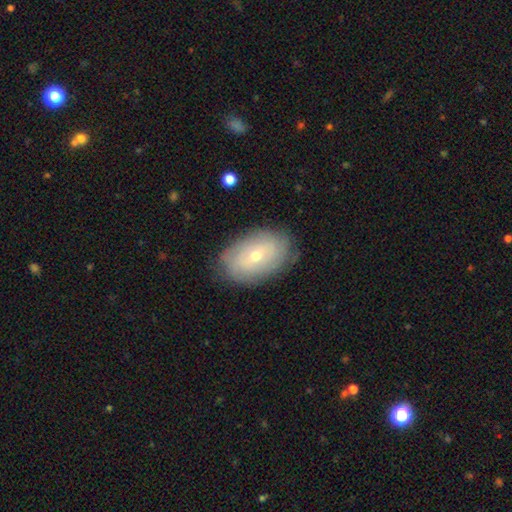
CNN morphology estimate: smooth-or-featured: featured or disk: 53% | smooth: 39% | star or artifact: 8%
  disk-edge-on: no: 92% | yes: 8%
  merging: none: 80% | minor disturbance: 15% | major disturbance: 4% | merger: 1%